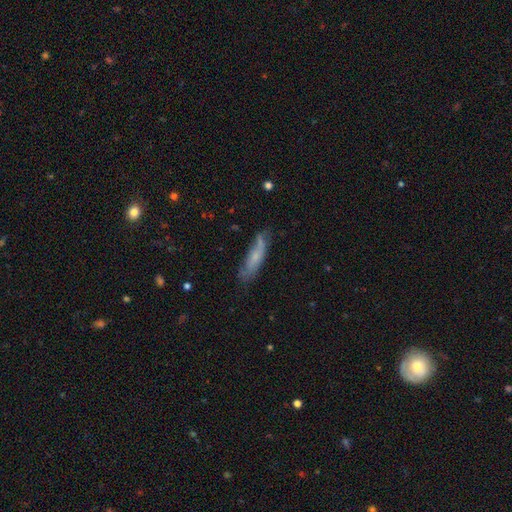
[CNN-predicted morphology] This is possibly a smooth galaxy (53%). How rounded: likely cigar-shaped (68%). Merging: likely none (62%).